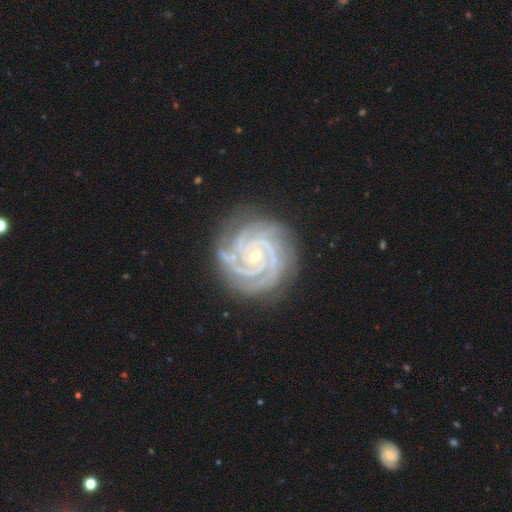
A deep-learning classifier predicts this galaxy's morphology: featured or disk 93%, star or artifact 4%, smooth 2%. Down the decision tree: edge-on disk — no (98%); bar — no (68%); spiral arms — yes (99%); spiral arm count — 3 (41%); spiral winding — tight (85%); bulge size — small (75%); merging — none (82%).